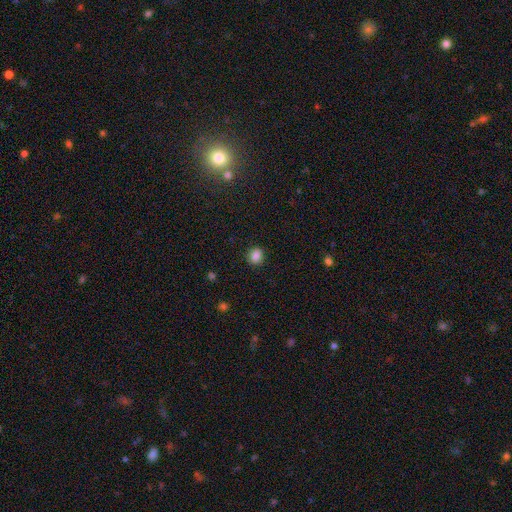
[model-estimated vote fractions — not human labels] Overall: smooth (85%). How rounded: round (61%; in between 38%). Merging: none (88%).